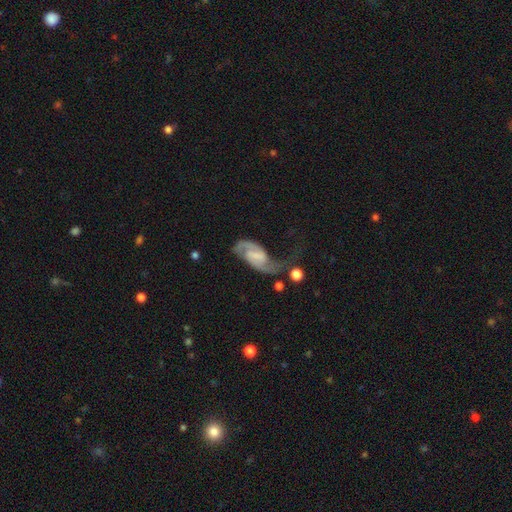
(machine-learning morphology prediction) featured or disk 83%, smooth 11%, star or artifact 6%. Down the decision tree: edge-on disk — no (97%); bar — weak (48%); spiral arms — yes (95%); spiral arm count — 2 (88%); spiral winding — medium (44%); bulge size — none (46%); merging — none (42%).